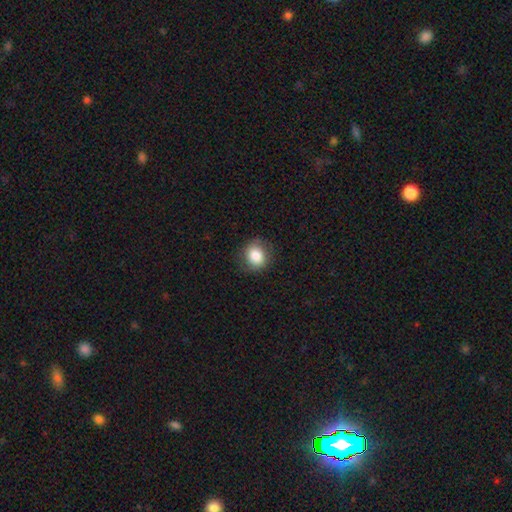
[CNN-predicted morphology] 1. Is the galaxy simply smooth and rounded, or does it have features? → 84% smooth, 9% star or artifact, 8% featured or disk.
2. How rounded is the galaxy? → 72% round, 27% in between, 1% cigar-shaped.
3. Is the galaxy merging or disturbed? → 83% none, 12% minor disturbance, 4% major disturbance, 1% merger.